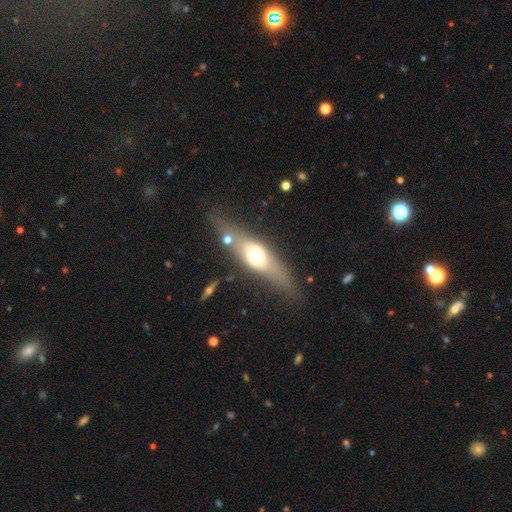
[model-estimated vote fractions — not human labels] Morphology: type=featured or disk (54%); edge-on=yes (72%); merging=none (68%).